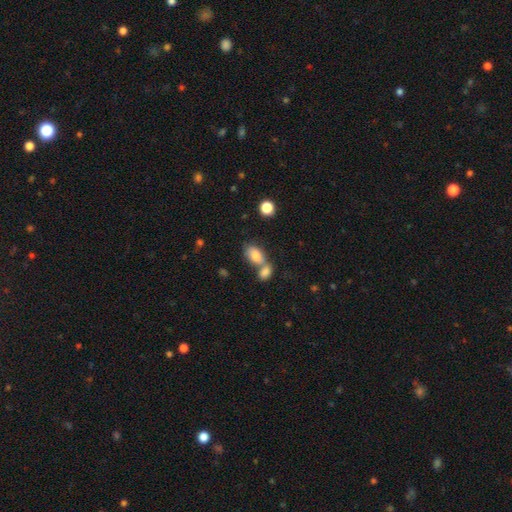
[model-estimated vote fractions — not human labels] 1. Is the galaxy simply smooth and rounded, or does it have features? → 81% smooth, 11% featured or disk, 8% star or artifact.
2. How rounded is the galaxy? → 89% in between, 8% round, 2% cigar-shaped.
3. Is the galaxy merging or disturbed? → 54% merger, 33% none, 9% minor disturbance, 4% major disturbance.